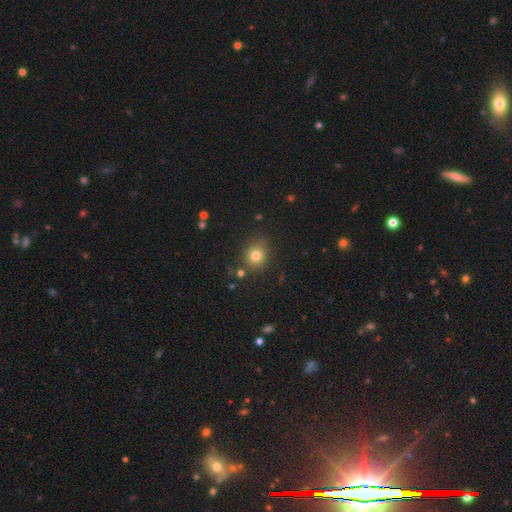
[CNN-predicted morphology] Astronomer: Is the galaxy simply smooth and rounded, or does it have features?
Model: smooth — 77%.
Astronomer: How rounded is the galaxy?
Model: round — 79%.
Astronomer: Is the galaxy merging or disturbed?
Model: none — 82%.